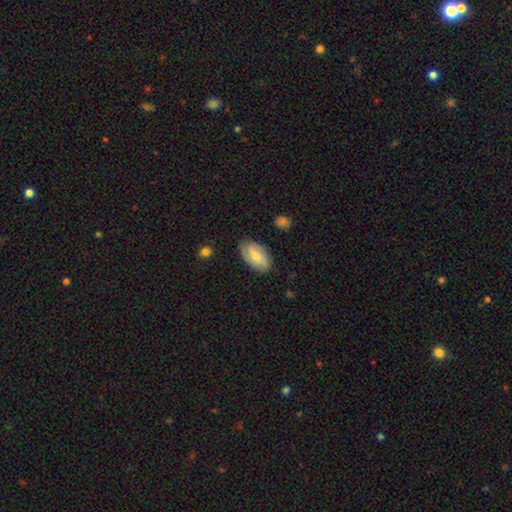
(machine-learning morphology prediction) This is possibly a smooth galaxy (51%). How rounded: clearly in between (93%). Merging: clearly none (83%).